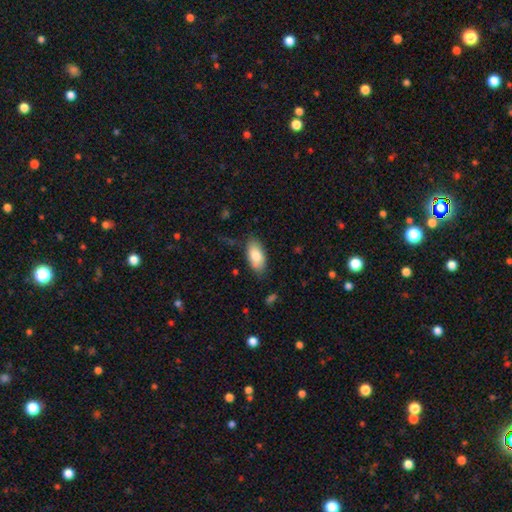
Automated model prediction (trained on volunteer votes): A smooth galaxy with no disk features (80%) that is in between round and cigar-shaped (92%). Merging: none (78%).